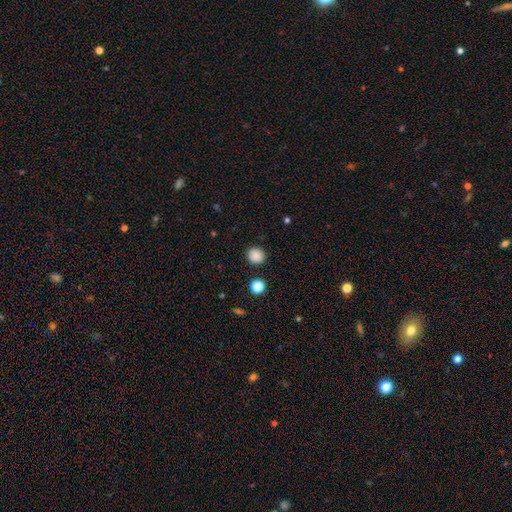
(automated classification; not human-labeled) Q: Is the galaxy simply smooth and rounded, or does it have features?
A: smooth — 87%.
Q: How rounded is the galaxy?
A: round — 81%.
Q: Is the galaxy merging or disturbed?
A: none — 89%.